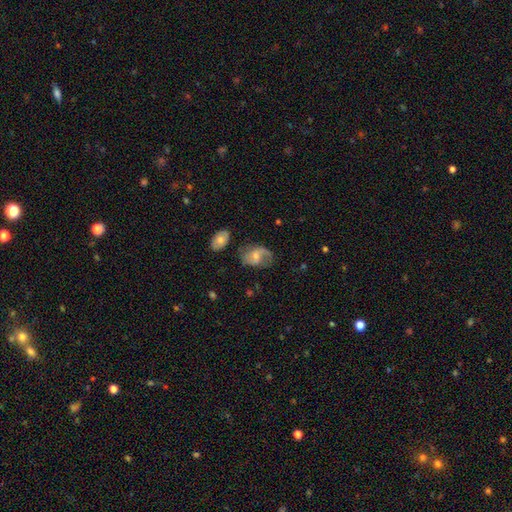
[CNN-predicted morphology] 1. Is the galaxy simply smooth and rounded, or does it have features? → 67% featured or disk, 24% smooth, 9% star or artifact.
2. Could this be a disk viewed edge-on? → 96% no, 4% yes.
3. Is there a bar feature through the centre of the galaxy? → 51% no, 40% weak, 10% strong.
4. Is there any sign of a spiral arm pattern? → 86% yes, 14% no.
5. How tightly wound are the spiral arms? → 41% medium, 40% loose, 19% tight.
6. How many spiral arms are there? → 63% 2, 20% 1, 13% can't tell, 2% 3, 1% 4, 1% more than 4.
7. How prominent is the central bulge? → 48% moderate, 46% small, 3% none, 2% large, 1% dominant.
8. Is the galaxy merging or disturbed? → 59% none, 24% minor disturbance, 14% major disturbance, 3% merger.